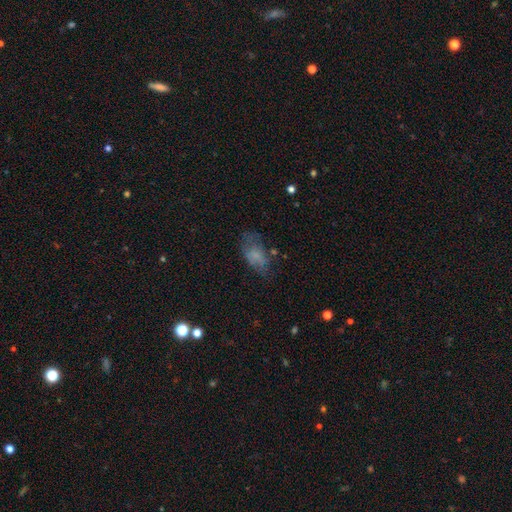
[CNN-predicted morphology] Smooth or featured? Predicted: smooth (p=0.65). How rounded? Predicted: in between (p=0.90). Merging? Predicted: none (p=0.49).